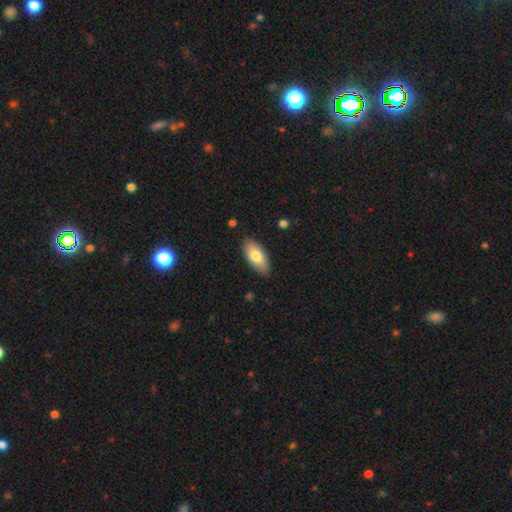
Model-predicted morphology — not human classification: Smooth or featured? smooth (78%)
How rounded? in between (92%)
Merging? none (86%)